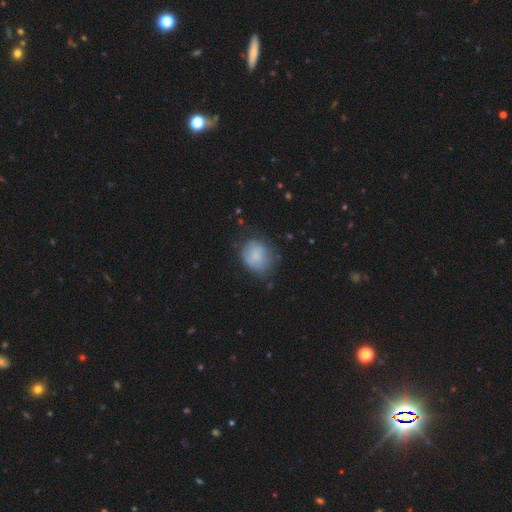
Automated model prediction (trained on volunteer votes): Q: Smooth or featured?
A: smooth (74%); runner-up: featured or disk (18%)
Q: How rounded?
A: round (65%); runner-up: in between (34%)
Q: Merging?
A: none (59%); runner-up: minor disturbance (27%)